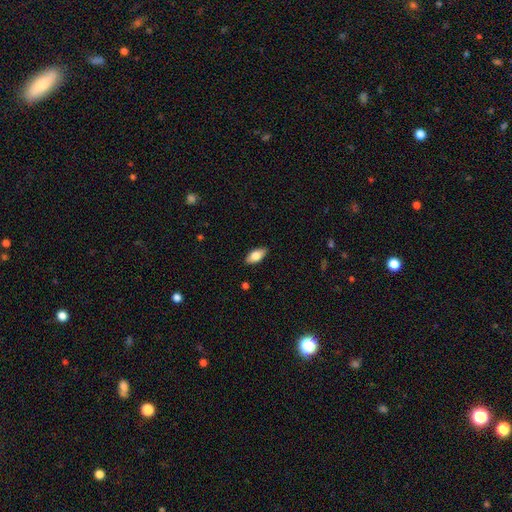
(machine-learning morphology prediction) smooth 78%, featured or disk 16%, star or artifact 6%. Down the decision tree: how rounded — in between (90%); merging — none (89%).